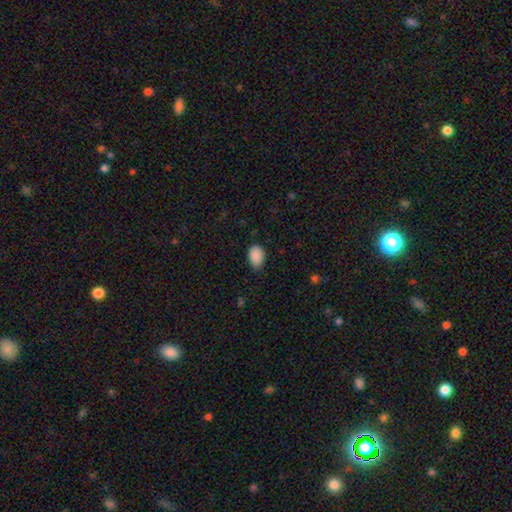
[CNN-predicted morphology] A smooth galaxy with no disk features (89%) that is in between round and cigar-shaped (83%). Merging: none (69%).